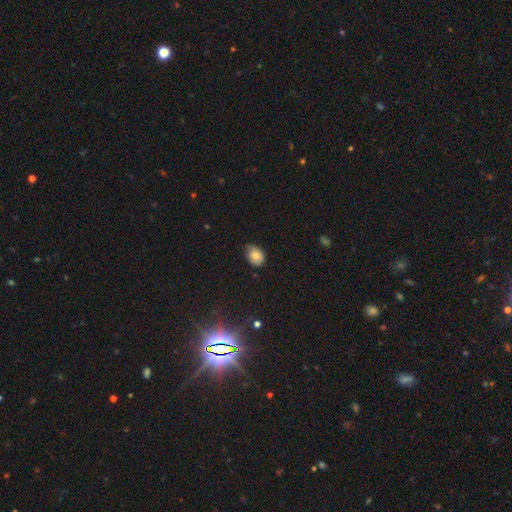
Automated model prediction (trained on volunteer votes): This appears to be a smooth galaxy with no disk features (78%) that is in between round and cigar-shaped (60%). Merging: none (53%).